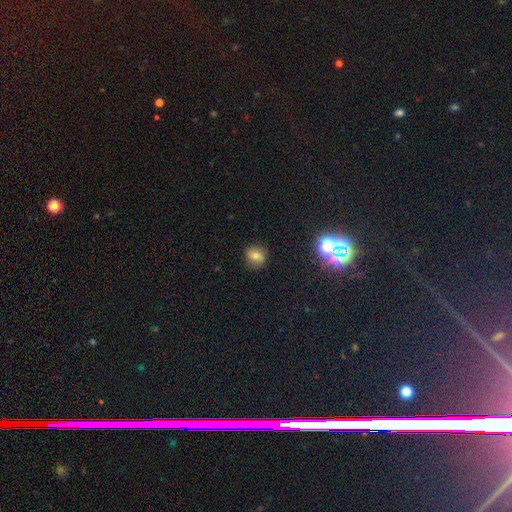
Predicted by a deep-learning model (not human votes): Smooth or featured: smooth — 61% (featured or disk — 21%)
How rounded: round — 80% (in between — 18%)
Merging: none — 84% (minor disturbance — 11%)